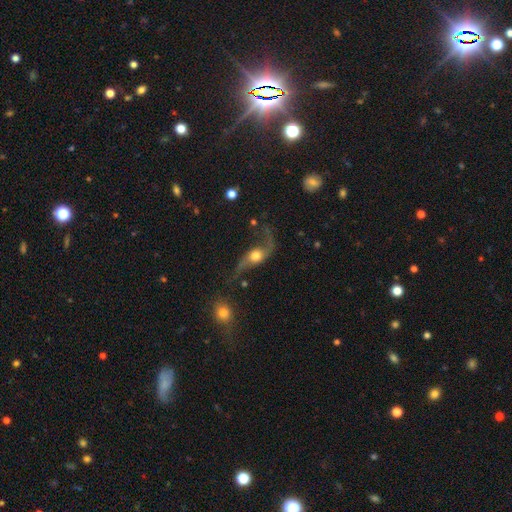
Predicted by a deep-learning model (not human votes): The model was most divided on "bulge size": moderate: 59%, large: 24%, small: 11%, dominant: 4%, none: 2%. More confident: spiral winding — loose (93%); spiral arms — yes (92%); spiral arm count — 2 (91%); edge-on disk — no (86%); smooth or featured — featured or disk (81%); bar — no (73%); merging — none (55%).